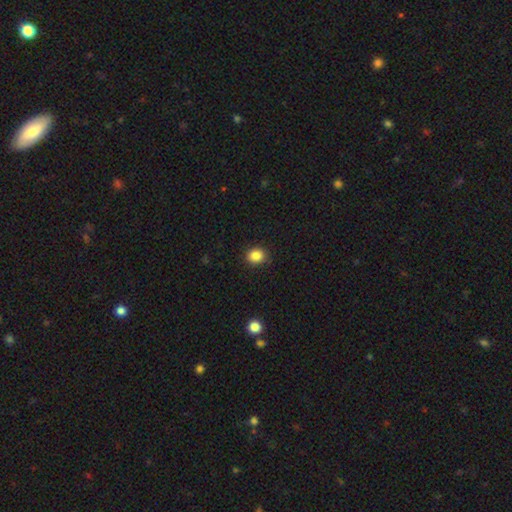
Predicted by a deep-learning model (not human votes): smooth 86%, star or artifact 10%, featured or disk 4%. Down the decision tree: how rounded — round (69%); merging — none (88%).